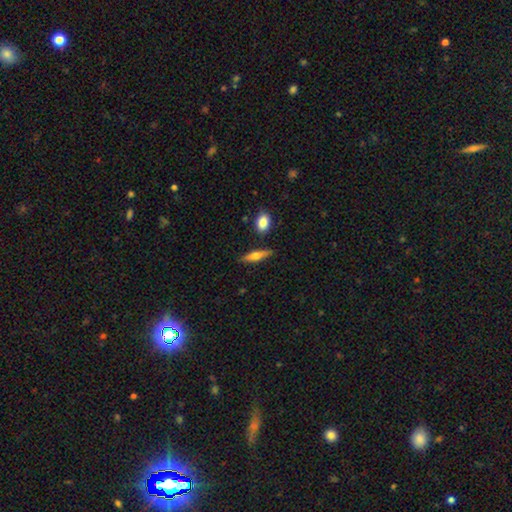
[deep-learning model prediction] Smooth or featured? Predicted: smooth (p=0.56). How rounded? Predicted: cigar-shaped (p=0.66). Merging? Predicted: none (p=0.81).